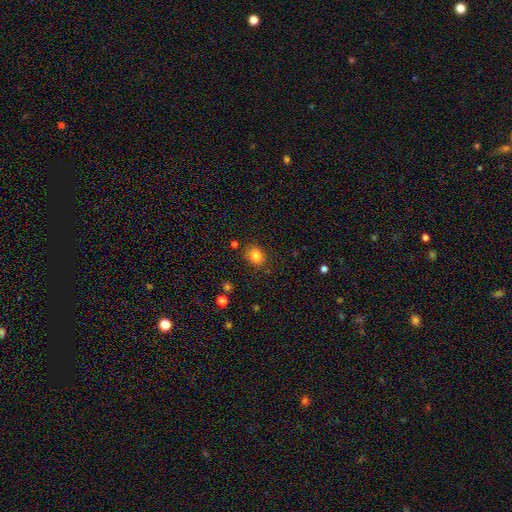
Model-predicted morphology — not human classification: smooth_or_featured: smooth (p=0.83) [alt: star or artifact p=0.11]
how_rounded: round (p=0.55) [alt: in between p=0.44]
merging: none (p=0.83) [alt: minor disturbance p=0.11]